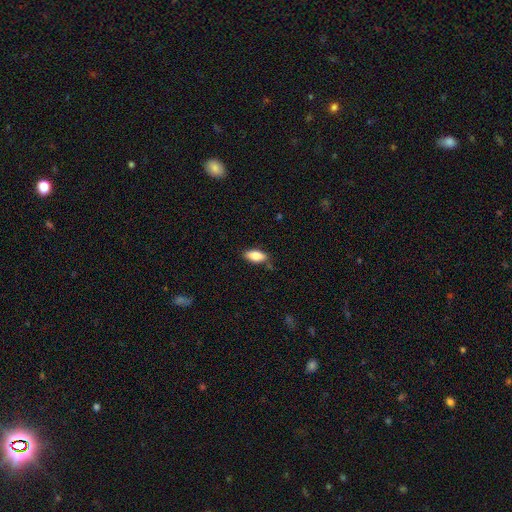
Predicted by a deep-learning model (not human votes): The model was most divided on "merging": none: 80%, minor disturbance: 15%, major disturbance: 3%, merger: 2%. More confident: how rounded — in between (88%); smooth or featured — smooth (83%).